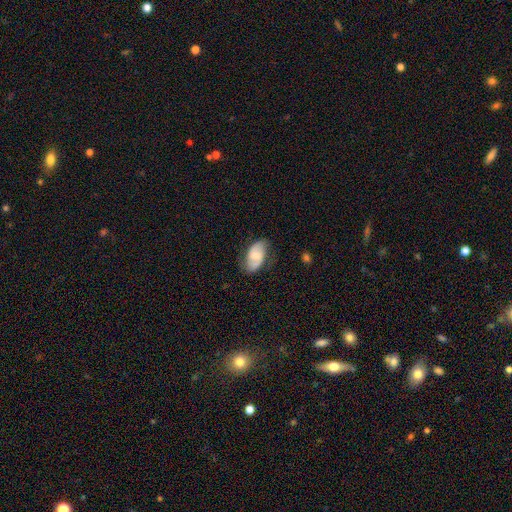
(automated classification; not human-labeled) smooth-or-featured: featured or disk: 51% | smooth: 42% | star or artifact: 7%
  disk-edge-on: no: 96% | yes: 4%
  merging: none: 71% | minor disturbance: 22% | major disturbance: 6% | merger: 1%